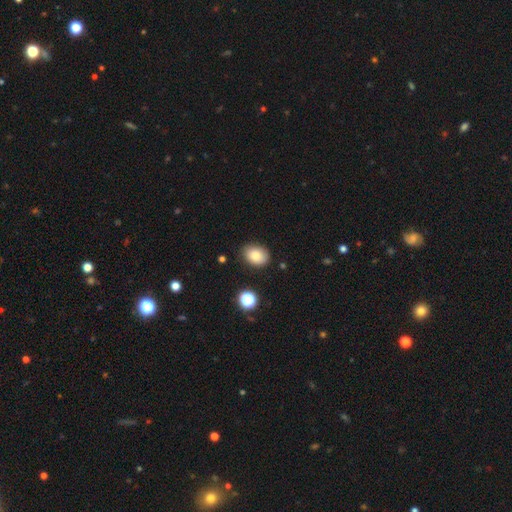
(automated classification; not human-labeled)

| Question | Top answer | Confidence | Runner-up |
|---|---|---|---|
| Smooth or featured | smooth | 82% | star or artifact (10%) |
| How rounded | in between | 69% | round (30%) |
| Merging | none | 84% | minor disturbance (12%) |